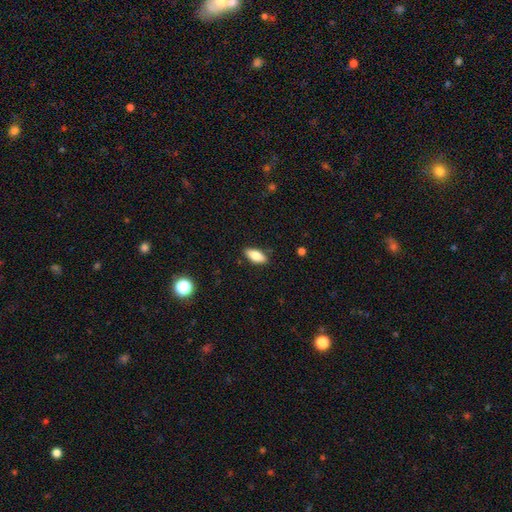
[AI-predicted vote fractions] A smooth galaxy with no disk features (78%) that is in between round and cigar-shaped (83%).

Vote fractions:
- Smooth or featured? smooth: 78% / featured or disk: 15% / star or artifact: 7%
- How rounded? in between: 83% / cigar-shaped: 15% / round: 3%
- Merging? none: 87% / minor disturbance: 10% / major disturbance: 2% / merger: 1%